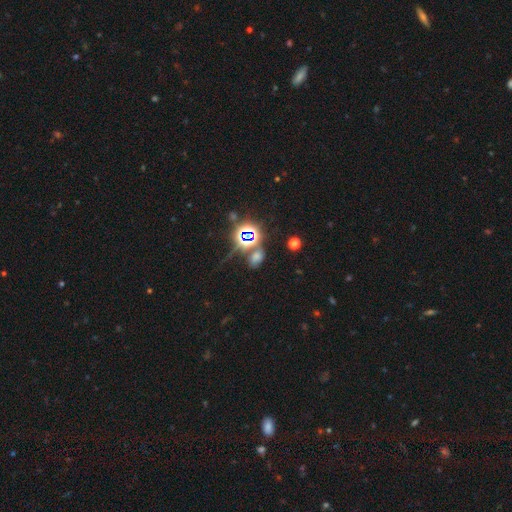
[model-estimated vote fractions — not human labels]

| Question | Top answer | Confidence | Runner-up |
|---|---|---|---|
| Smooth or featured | star or artifact | 67% | smooth (23%) |